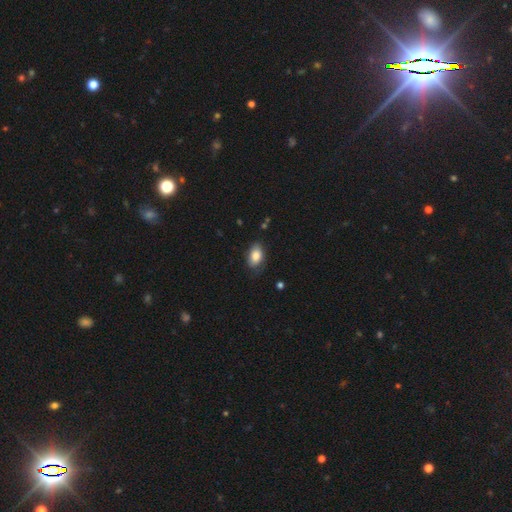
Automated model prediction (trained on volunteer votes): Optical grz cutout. It shows a smooth galaxy with no disk features (83%) that is in between round and cigar-shaped (90%). Merging: none (71%).